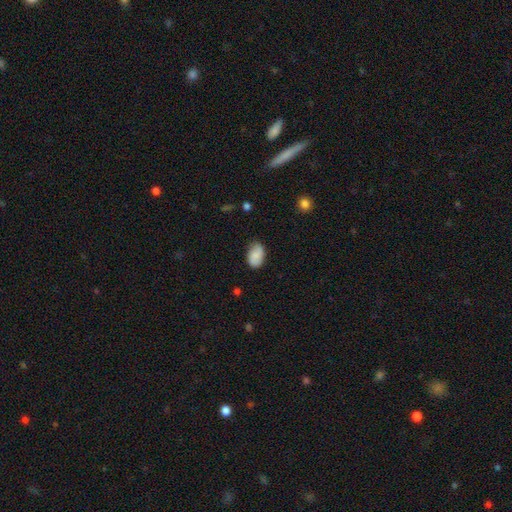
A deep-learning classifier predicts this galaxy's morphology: This appears to be a smooth galaxy with no disk features (78%) that is in between round and cigar-shaped (90%). Merging: none (73%).